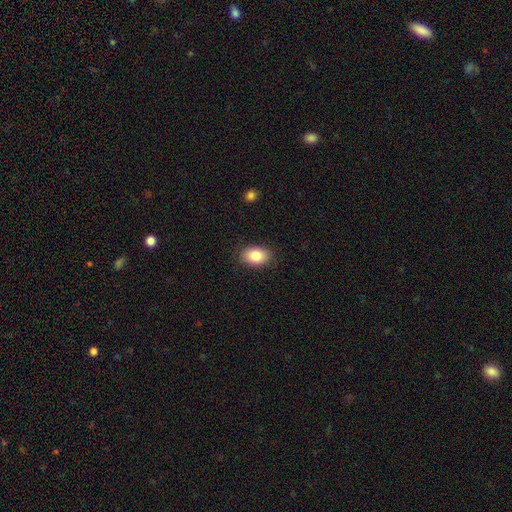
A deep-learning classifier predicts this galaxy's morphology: Smooth or featured? smooth (85%)
How rounded? in between (83%)
Merging? none (88%)